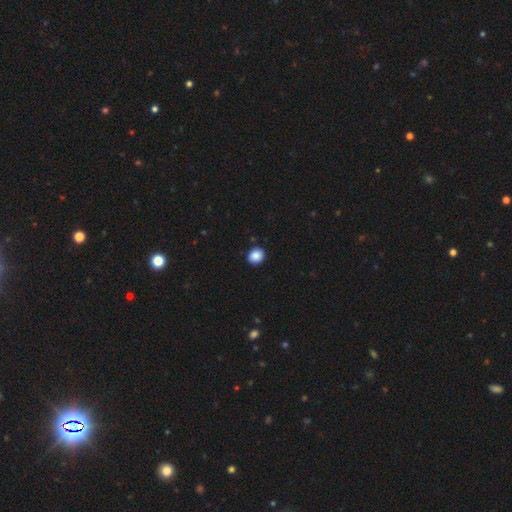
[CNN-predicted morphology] smooth_or_featured: smooth (p=0.89) [alt: star or artifact p=0.08]
how_rounded: round (p=0.74) [alt: in between p=0.25]
merging: none (p=0.91) [alt: minor disturbance p=0.06]